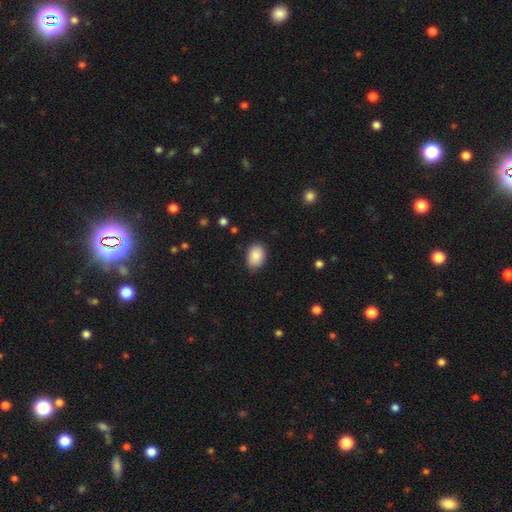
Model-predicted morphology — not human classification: smooth 87%, star or artifact 7%, featured or disk 6%. Down the decision tree: how rounded — in between (83%); merging — none (80%).